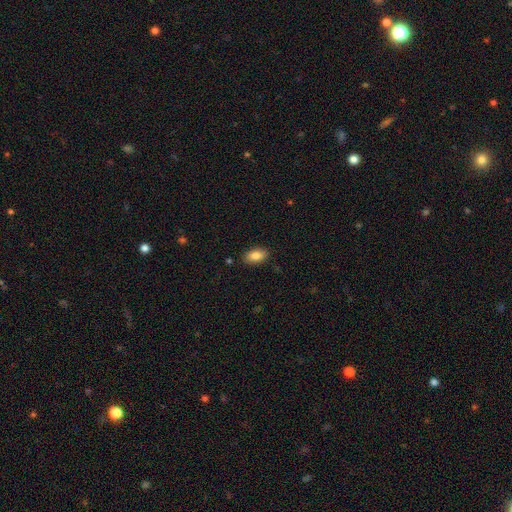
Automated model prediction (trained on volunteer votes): This is clearly a smooth galaxy (86%). How rounded: clearly in between (93%). Merging: clearly none (87%).